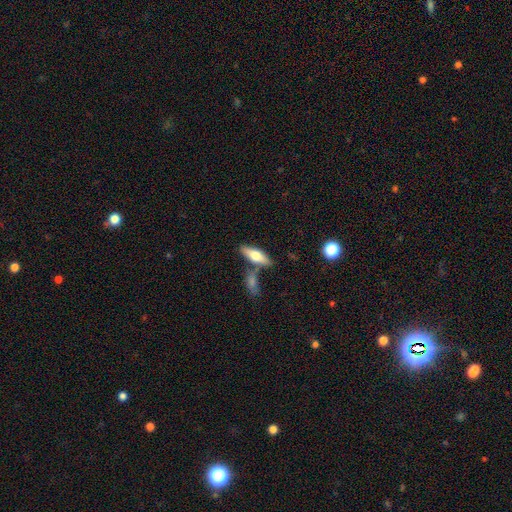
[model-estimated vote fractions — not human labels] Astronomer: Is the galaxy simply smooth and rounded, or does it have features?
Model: smooth — 62%.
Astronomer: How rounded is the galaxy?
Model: in between — 58% (runner-up: cigar-shaped, 39%).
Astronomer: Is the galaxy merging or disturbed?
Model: none — 63%.